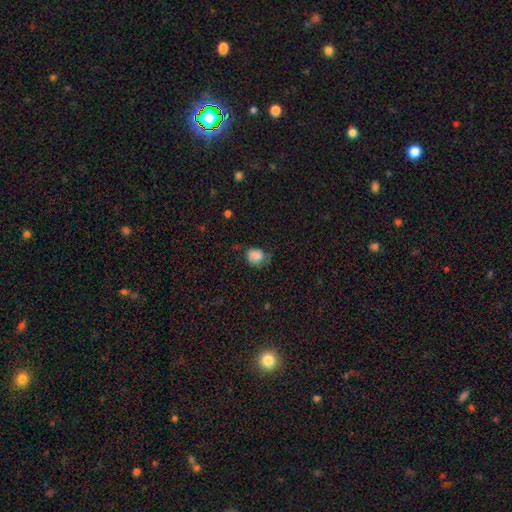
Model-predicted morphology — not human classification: A smooth galaxy with no disk features (78%) that is round (59%). Merging: none (50%).